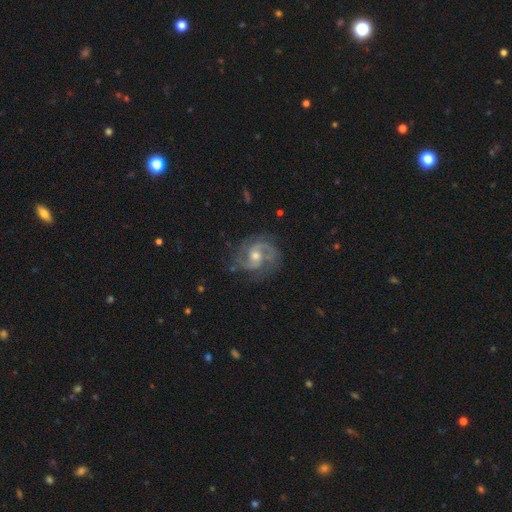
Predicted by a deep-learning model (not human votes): This appears to be a featured or disk galaxy (90%) with no bar (53%), 2 (79%) medium (57%) spiral arms (98%) and a moderate central bulge (66%). Merging: none (76%).